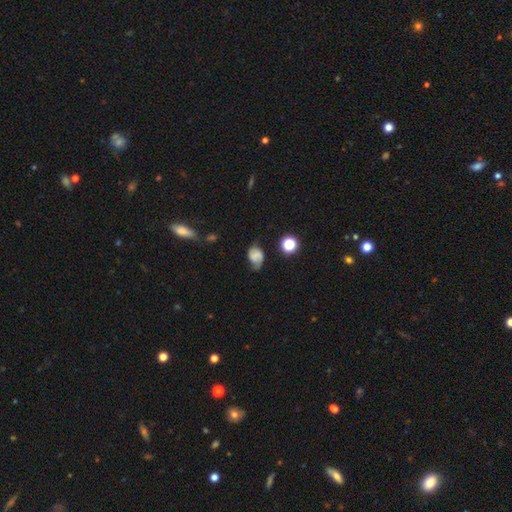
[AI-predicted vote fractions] The model was most divided on "smooth or featured": featured or disk: 48%, smooth: 39%, star or artifact: 12%. More confident: merging — none (53%).